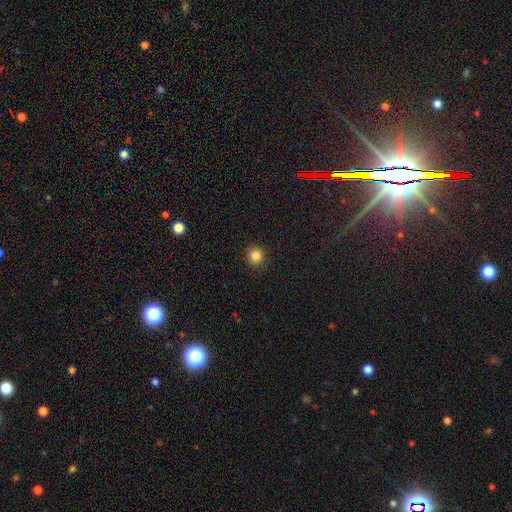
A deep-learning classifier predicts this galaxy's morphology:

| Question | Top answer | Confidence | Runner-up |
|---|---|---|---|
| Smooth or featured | smooth | 84% | star or artifact (11%) |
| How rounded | round | 90% | in between (9%) |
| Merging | none | 92% | minor disturbance (5%) |